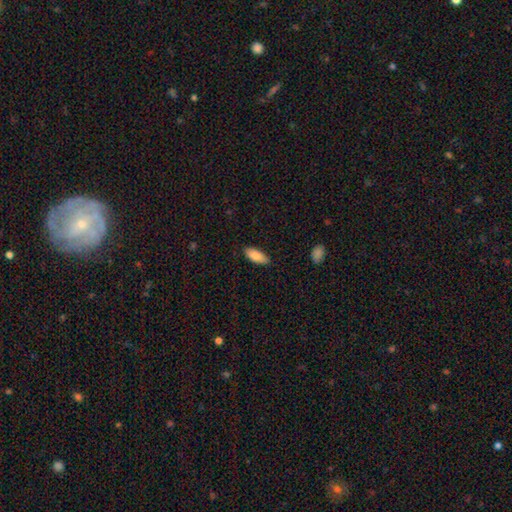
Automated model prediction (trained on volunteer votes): A smooth galaxy with no disk features (84%) that is in between round and cigar-shaped (79%).

Vote fractions:
- Smooth or featured? smooth: 84% / featured or disk: 10% / star or artifact: 6%
- How rounded? in between: 79% / cigar-shaped: 19% / round: 2%
- Merging? none: 85% / minor disturbance: 12% / major disturbance: 2% / merger: 1%